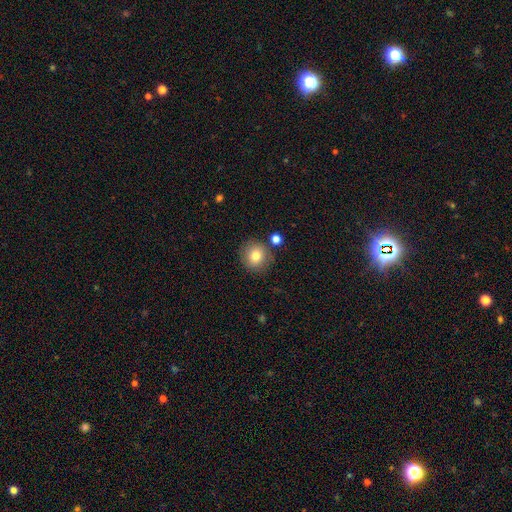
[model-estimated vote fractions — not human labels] Q: Smooth or featured?
A: smooth (80%); runner-up: featured or disk (10%)
Q: How rounded?
A: round (92%); runner-up: in between (7%)
Q: Merging?
A: none (82%); runner-up: minor disturbance (10%)